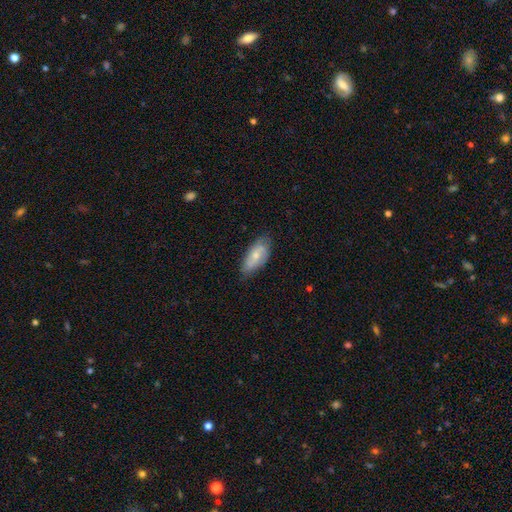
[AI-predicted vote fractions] Q: Smooth or featured?
A: smooth (59%); runner-up: featured or disk (35%)
Q: How rounded?
A: in between (86%); runner-up: cigar-shaped (11%)
Q: Merging?
A: none (73%); runner-up: minor disturbance (22%)